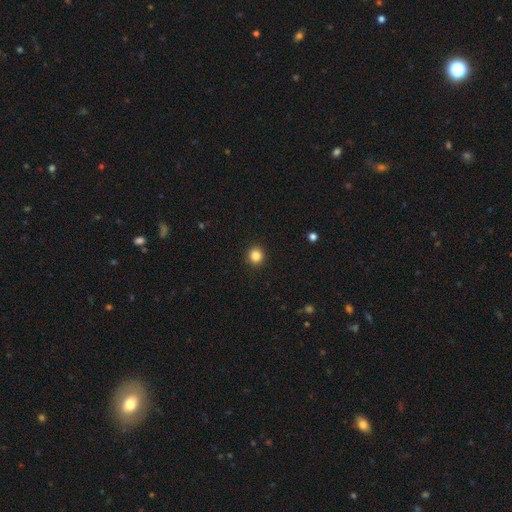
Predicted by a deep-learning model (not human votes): smooth-or-featured: smooth: 85% | star or artifact: 11% | featured or disk: 4%
  how-rounded: round: 91% | in between: 8% | cigar-shaped: 1%
  merging: none: 93% | minor disturbance: 5% | major disturbance: 2% | merger: 1%